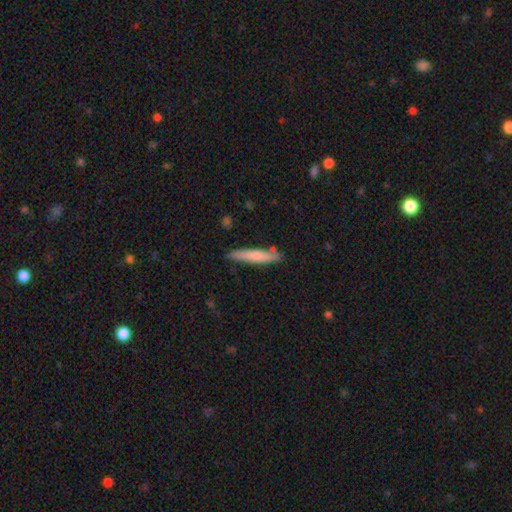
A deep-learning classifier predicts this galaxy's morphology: Smooth or featured?
  - smooth: 71% *
  - featured or disk: 24%
  - star or artifact: 5%
How rounded?
  - cigar-shaped: 93% *
  - in between: 6%
  - round: 1%
Merging?
  - none: 83% *
  - minor disturbance: 12%
  - merger: 2%
  - major disturbance: 2%